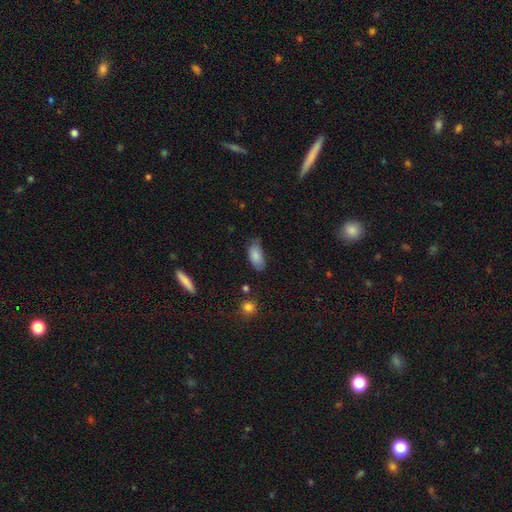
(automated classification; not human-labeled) Smooth or featured: smooth — 84% (featured or disk — 9%)
How rounded: in between — 91% (cigar-shaped — 6%)
Merging: none — 56% (minor disturbance — 35%)